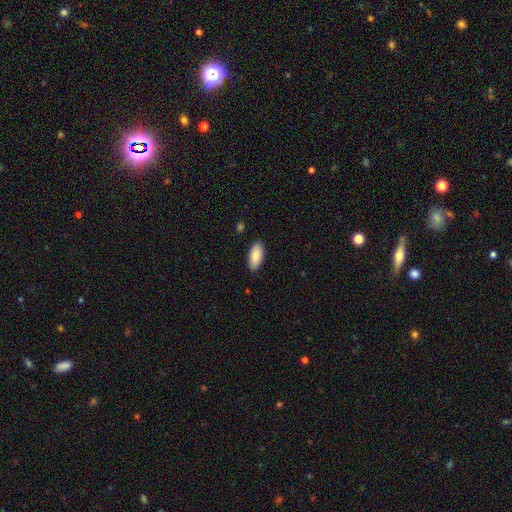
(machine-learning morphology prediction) The model was most divided on "merging": none: 88%, minor disturbance: 9%, major disturbance: 2%, merger: 1%. More confident: how rounded — in between (91%); smooth or featured — smooth (87%).